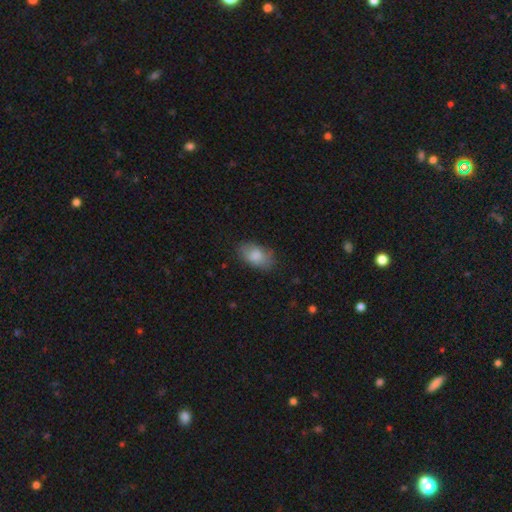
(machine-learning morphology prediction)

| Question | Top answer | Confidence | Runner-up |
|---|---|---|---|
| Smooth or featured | smooth | 83% | featured or disk (11%) |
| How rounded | in between | 92% | round (6%) |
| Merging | none | 74% | minor disturbance (20%) |